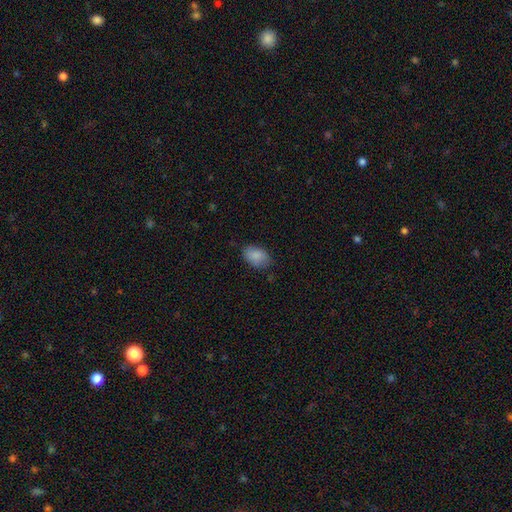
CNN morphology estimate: smooth 87%, star or artifact 7%, featured or disk 6%. Down the decision tree: how rounded — in between (89%); merging — none (76%).